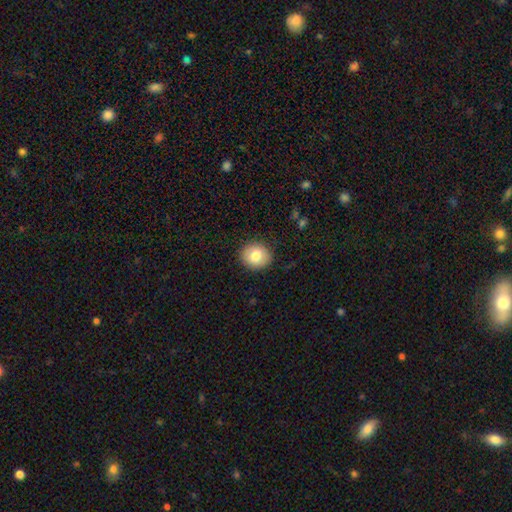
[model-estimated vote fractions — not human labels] Smooth or featured? Predicted: smooth (p=0.81). How rounded? Predicted: round (p=0.76). Merging? Predicted: none (p=0.89).